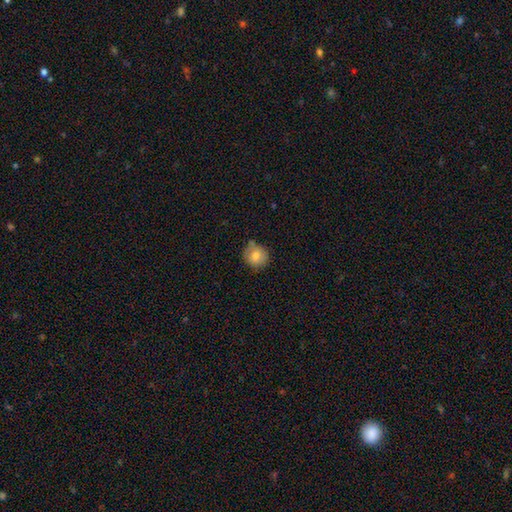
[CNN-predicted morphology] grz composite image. It shows a smooth galaxy with no disk features (77%) that is round (91%). Merging: none (73%).